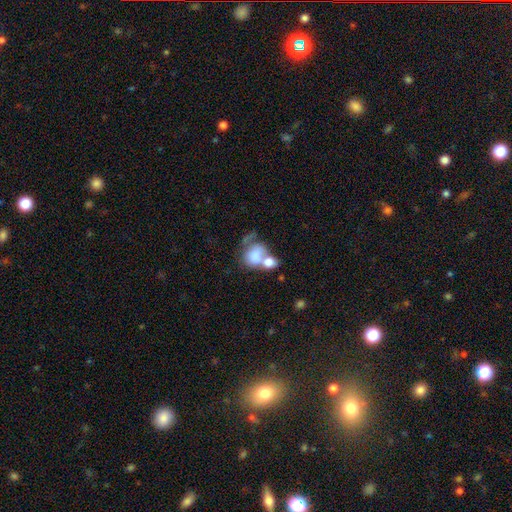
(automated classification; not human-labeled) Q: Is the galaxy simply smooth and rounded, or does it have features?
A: smooth — 71%.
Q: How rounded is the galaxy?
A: in between — 63%.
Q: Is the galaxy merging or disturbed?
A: merger — 61%.